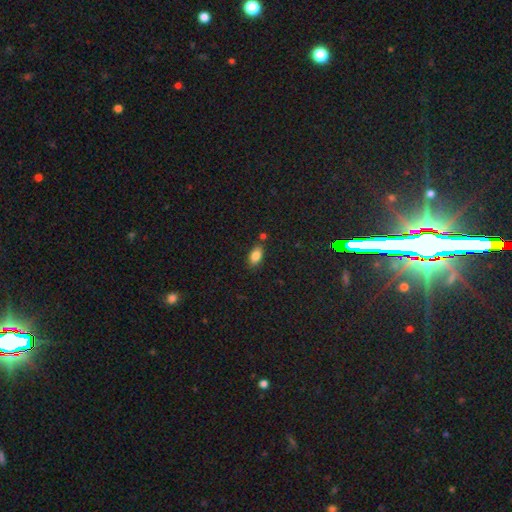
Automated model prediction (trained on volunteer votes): smooth_or_featured: smooth (p=0.83) [alt: star or artifact p=0.09]
how_rounded: in between (p=0.90) [alt: round p=0.06]
merging: none (p=0.77) [alt: minor disturbance p=0.12]